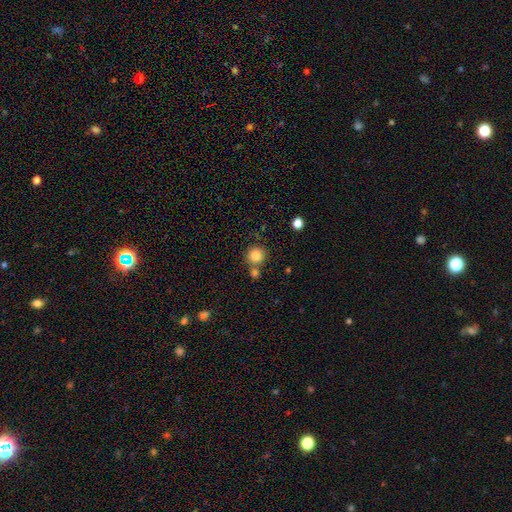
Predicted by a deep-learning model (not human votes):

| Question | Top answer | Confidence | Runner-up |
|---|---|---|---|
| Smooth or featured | smooth | 84% | star or artifact (10%) |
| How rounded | round | 92% | in between (7%) |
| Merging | none | 67% | merger (21%) |